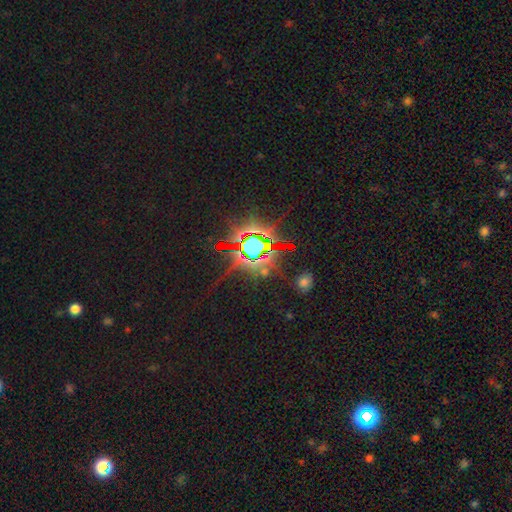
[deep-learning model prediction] star or artifact 84%, featured or disk 8%, smooth 8%.